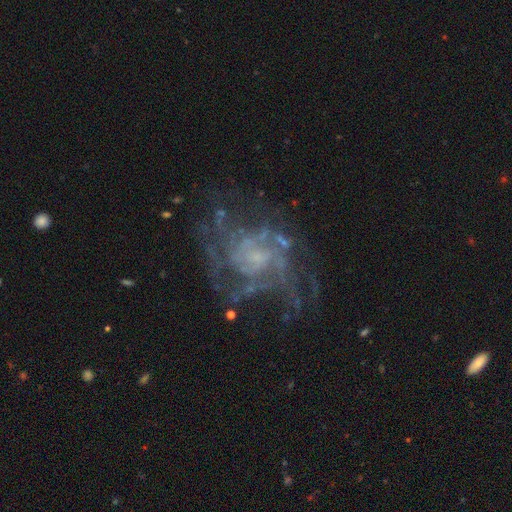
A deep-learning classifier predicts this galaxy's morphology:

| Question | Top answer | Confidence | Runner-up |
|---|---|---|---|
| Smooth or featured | featured or disk | 81% | star or artifact (11%) |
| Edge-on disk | no | 98% | yes (2%) |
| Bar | no | 72% | weak (23%) |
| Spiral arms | yes | 83% | no (17%) |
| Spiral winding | tight | 41% | medium (40%) |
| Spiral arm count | can't tell | 41% | 3 (16%) |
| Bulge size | small | 49% | none (29%) |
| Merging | none | 57% | major disturbance (23%) |